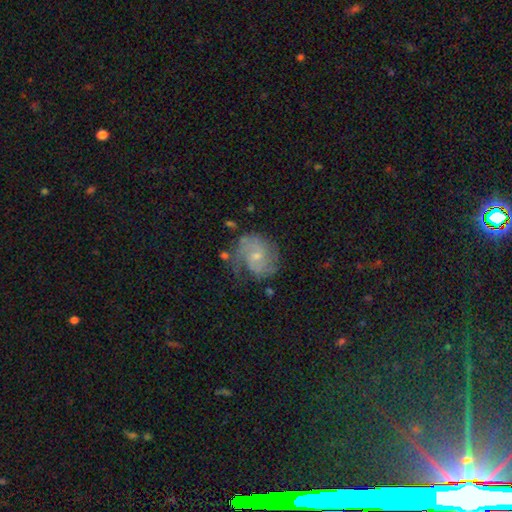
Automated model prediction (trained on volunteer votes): The model was most divided on "spiral winding": tight: 43%, medium: 41%, loose: 15%. Remaining: edge-on disk — no (98%); spiral arms — yes (92%); smooth or featured — featured or disk (78%); bulge size — small (65%); merging — none (59%); bar — no (58%); spiral arm count — 2 (50%).